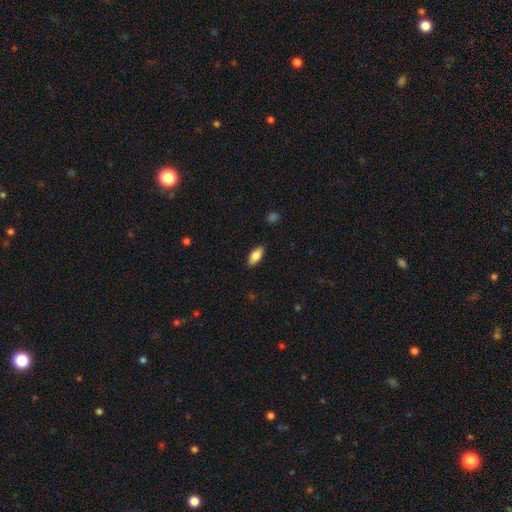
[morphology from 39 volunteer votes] A smooth galaxy with no disk features (90%) that is in between round and cigar-shaped (80%). Merging: none (92%).